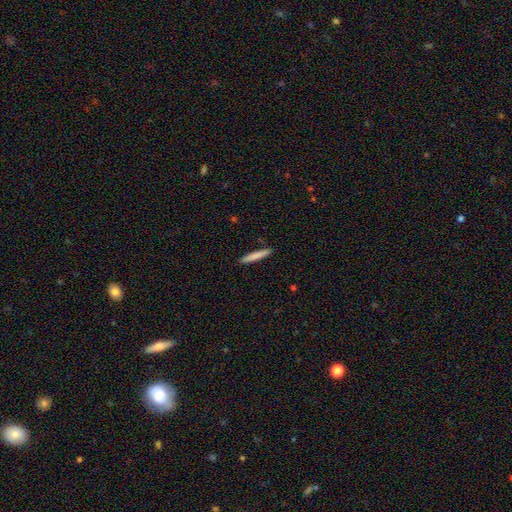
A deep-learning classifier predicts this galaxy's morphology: This is clearly a smooth galaxy (80%). How rounded: clearly cigar-shaped (94%). Merging: clearly none (91%).